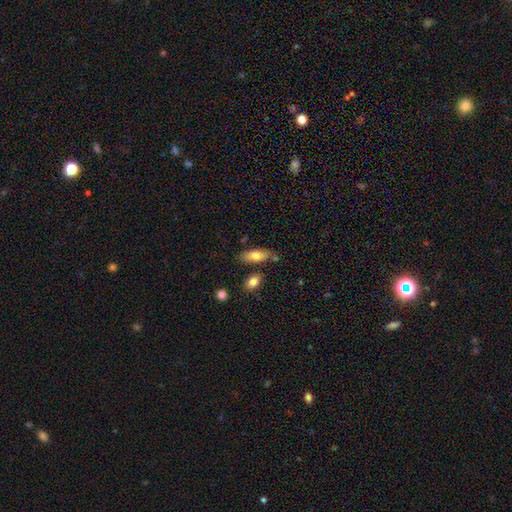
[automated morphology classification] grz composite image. It shows a smooth galaxy with no disk features (77%) that is in between round and cigar-shaped (70%). Merging: none (70%).